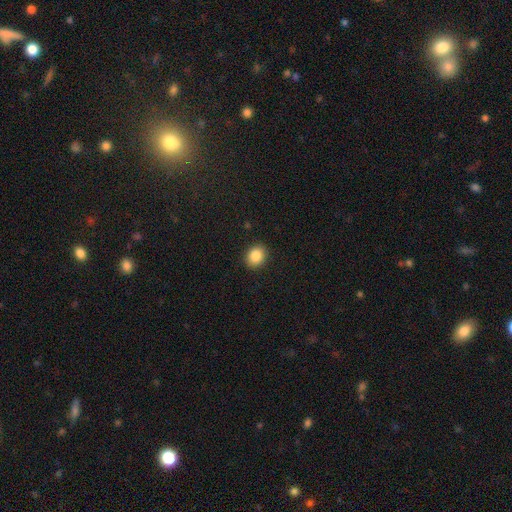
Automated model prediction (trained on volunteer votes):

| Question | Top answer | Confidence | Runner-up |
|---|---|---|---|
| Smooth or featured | smooth | 86% | star or artifact (9%) |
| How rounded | round | 66% | in between (33%) |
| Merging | none | 90% | minor disturbance (7%) |